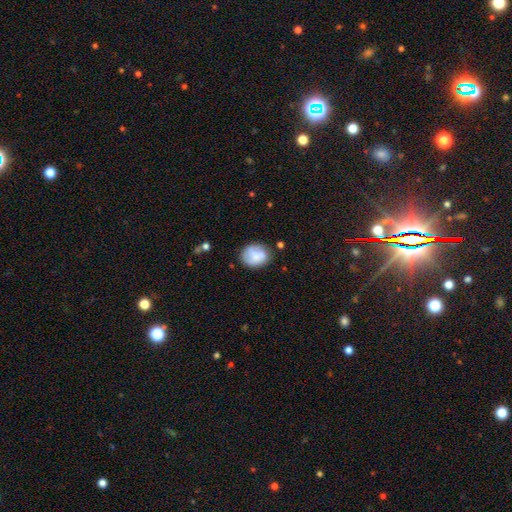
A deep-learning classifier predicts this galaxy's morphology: The model was most divided on "how rounded": round: 52%, in between: 47%, cigar-shaped: 1%. More confident: smooth or featured — smooth (73%); merging — none (65%).